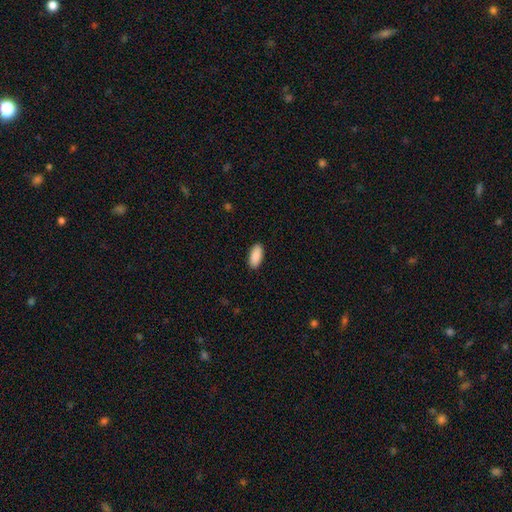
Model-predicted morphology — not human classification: This appears to be a smooth galaxy with no disk features (91%) that is in between round and cigar-shaped (91%). Merging: none (91%).